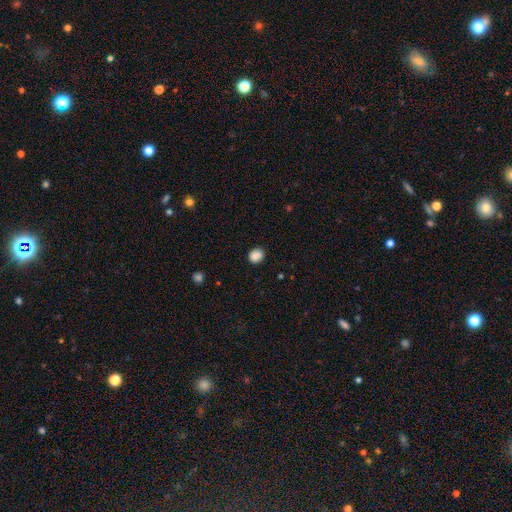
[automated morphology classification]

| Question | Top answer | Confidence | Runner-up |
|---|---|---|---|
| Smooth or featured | smooth | 86% | star or artifact (10%) |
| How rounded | round | 72% | in between (27%) |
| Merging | none | 81% | minor disturbance (14%) |